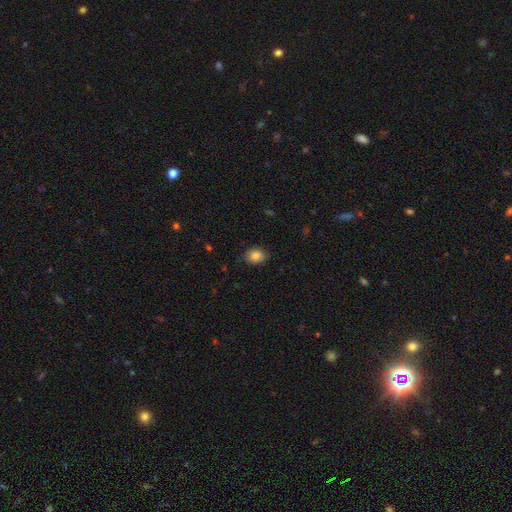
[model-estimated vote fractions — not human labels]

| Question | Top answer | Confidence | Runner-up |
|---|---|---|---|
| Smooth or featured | smooth | 84% | star or artifact (9%) |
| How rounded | in between | 59% | round (40%) |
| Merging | none | 82% | minor disturbance (14%) |